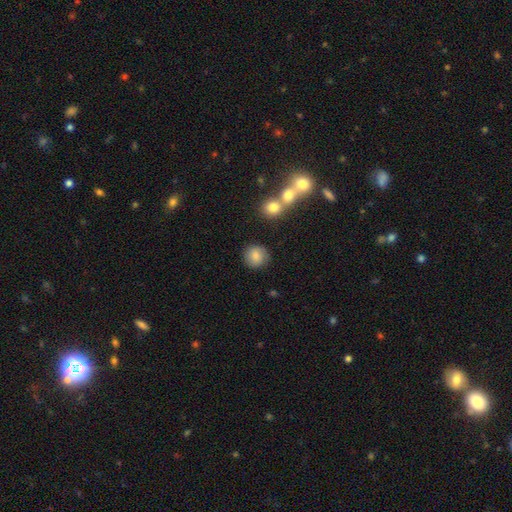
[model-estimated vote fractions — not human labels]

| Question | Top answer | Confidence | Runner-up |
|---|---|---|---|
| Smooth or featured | smooth | 83% | star or artifact (9%) |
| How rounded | round | 91% | in between (8%) |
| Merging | none | 86% | minor disturbance (7%) |